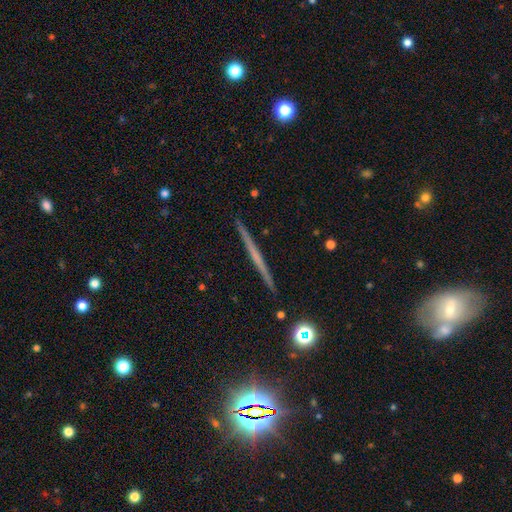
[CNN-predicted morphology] smooth_or_featured: featured or disk (p=0.62) [alt: smooth p=0.28]
disk_edge_on: yes (p=0.98) [alt: no p=0.02]
edge_on_bulge: none (p=0.78) [alt: rounded p=0.17]
merging: none (p=0.92) [alt: minor disturbance p=0.05]